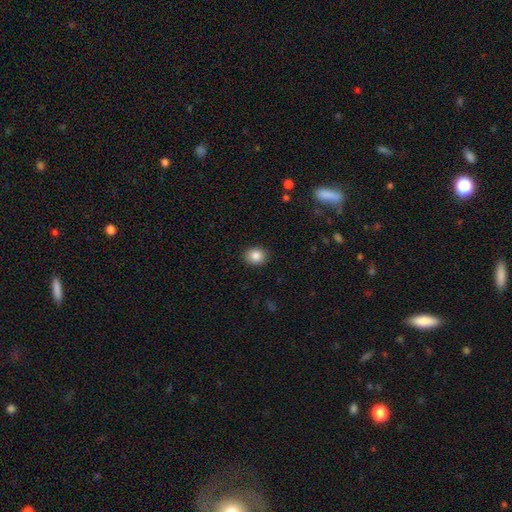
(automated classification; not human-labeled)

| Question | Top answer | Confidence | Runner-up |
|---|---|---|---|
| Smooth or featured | smooth | 86% | star or artifact (9%) |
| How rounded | round | 58% | in between (41%) |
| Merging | none | 90% | minor disturbance (7%) |